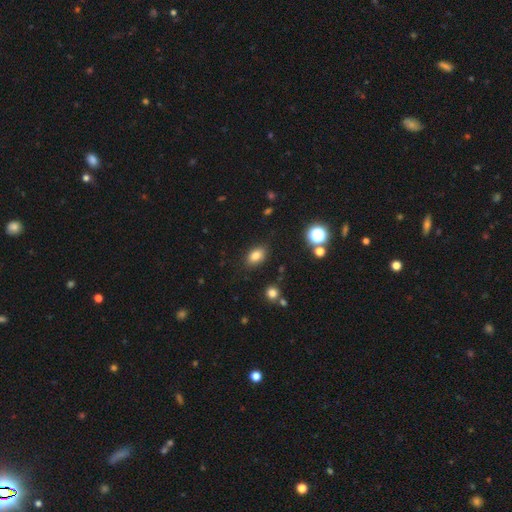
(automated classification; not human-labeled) A smooth galaxy with no disk features (80%) that is in between round and cigar-shaped (83%).

Vote fractions:
- Smooth or featured? smooth: 80% / star or artifact: 12% / featured or disk: 8%
- How rounded? in between: 83% / round: 15% / cigar-shaped: 2%
- Merging? none: 85% / minor disturbance: 11% / major disturbance: 3% / merger: 2%